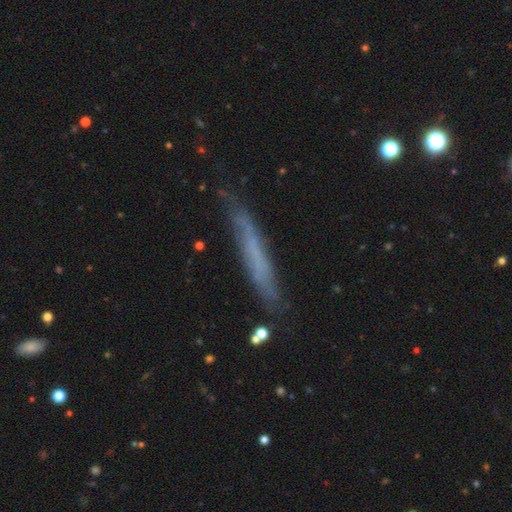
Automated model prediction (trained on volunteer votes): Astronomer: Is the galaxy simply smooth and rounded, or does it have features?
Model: smooth — 48% (runner-up: featured or disk, 42%).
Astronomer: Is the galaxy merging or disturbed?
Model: none — 75%.